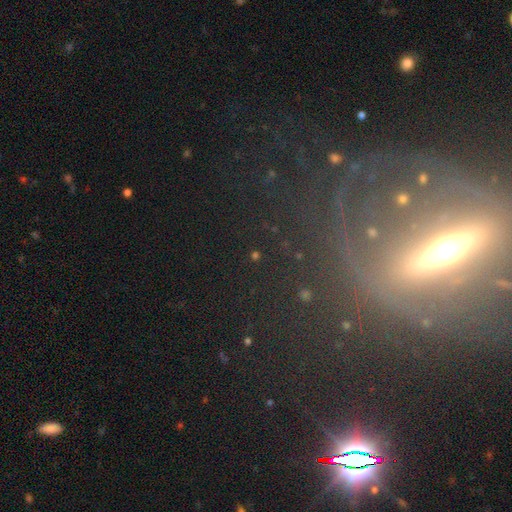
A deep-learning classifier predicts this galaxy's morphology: This appears to be a star or artifact, not a galaxy (62%).